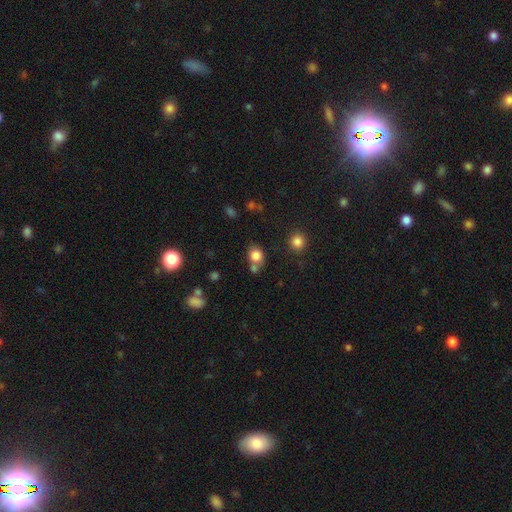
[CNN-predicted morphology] Q: Smooth or featured?
A: smooth (81%); runner-up: star or artifact (11%)
Q: How rounded?
A: round (63%); runner-up: in between (36%)
Q: Merging?
A: none (56%); runner-up: merger (26%)